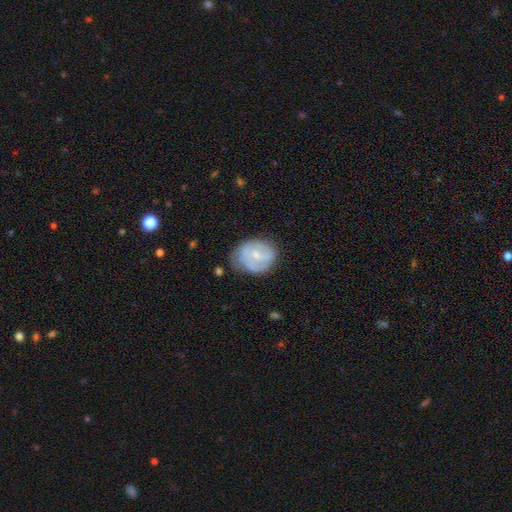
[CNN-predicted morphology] Smooth or featured?
  - featured or disk: 51% *
  - smooth: 42%
  - star or artifact: 7%
Edge-on disk?
  - no: 97% *
  - yes: 3%
Merging?
  - none: 56% *
  - minor disturbance: 30%
  - major disturbance: 11%
  - merger: 3%